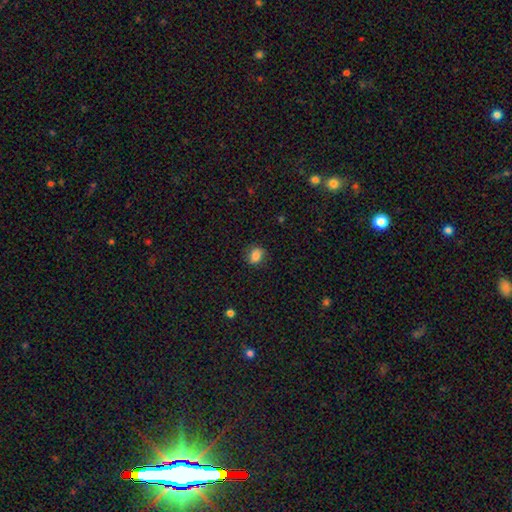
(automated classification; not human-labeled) The model was most divided on "how rounded": in between: 54%, round: 44%, cigar-shaped: 1%. More confident: smooth or featured — smooth (83%); merging — none (81%).